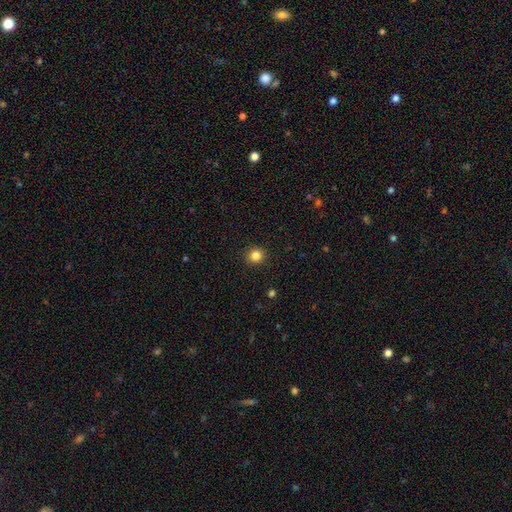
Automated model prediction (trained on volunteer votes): The model was most divided on "smooth or featured": smooth: 83%, star or artifact: 12%, featured or disk: 5%. More confident: merging — none (92%); how rounded — round (91%).